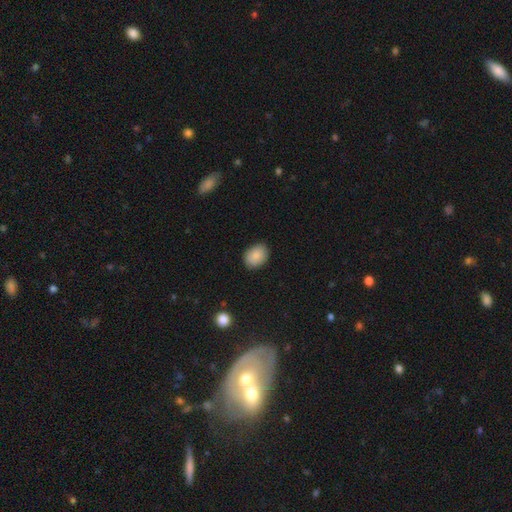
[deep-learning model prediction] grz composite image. It shows a smooth galaxy with no disk features (88%) that is in between round and cigar-shaped (68%). Merging: none (87%).